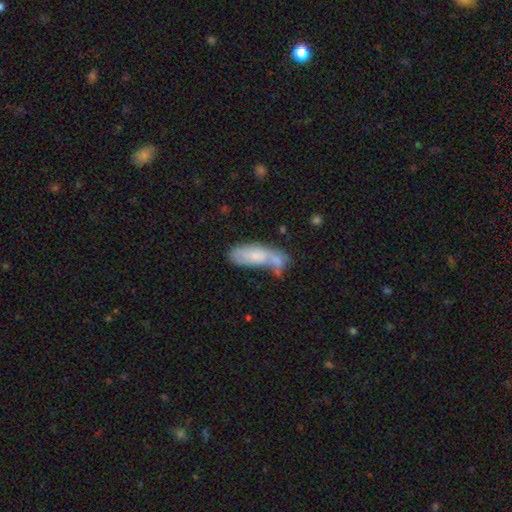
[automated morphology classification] This appears to be a smooth galaxy with no disk features (65%) that is in between round and cigar-shaped (73%). Merging: merger (44%).